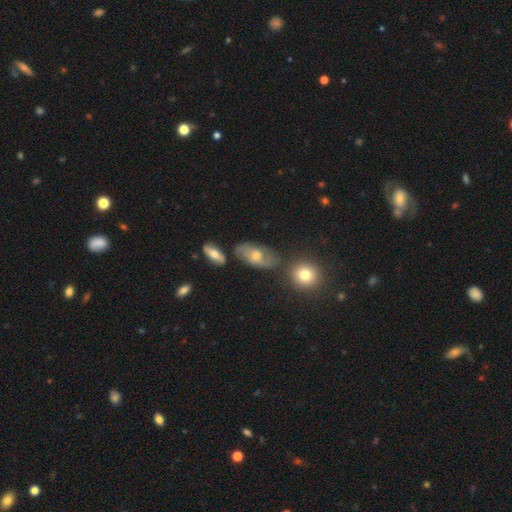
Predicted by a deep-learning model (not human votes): Smooth or featured?
  - featured or disk: 47% *
  - smooth: 42%
  - star or artifact: 11%
Merging?
  - none: 58% *
  - minor disturbance: 24%
  - merger: 9%
  - major disturbance: 9%